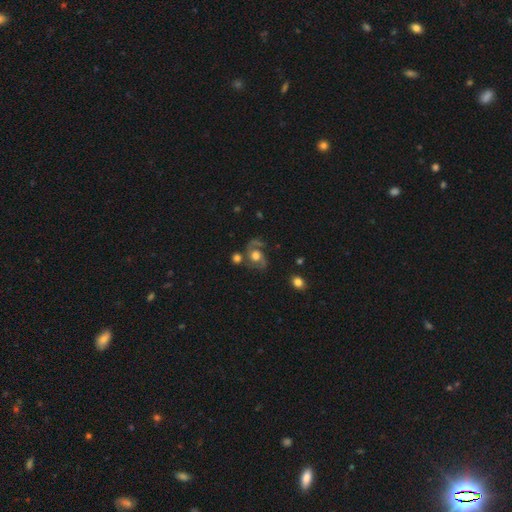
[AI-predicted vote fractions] Q: Smooth or featured?
A: featured or disk (68%); runner-up: smooth (23%)
Q: Edge-on disk?
A: no (97%); runner-up: yes (3%)
Q: Bar?
A: no (75%); runner-up: weak (21%)
Q: Spiral arms?
A: yes (85%); runner-up: no (15%)
Q: Spiral winding?
A: medium (50%); runner-up: loose (29%)
Q: Spiral arm count?
A: 2 (85%); runner-up: 1 (6%)
Q: Bulge size?
A: moderate (46%); runner-up: large (42%)
Q: Merging?
A: none (59%); runner-up: minor disturbance (18%)